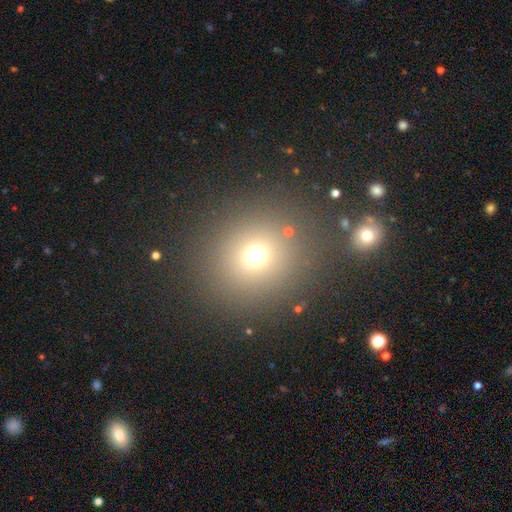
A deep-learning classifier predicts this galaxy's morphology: A smooth galaxy with no disk features (68%) that is round (85%). Merging: none (82%).